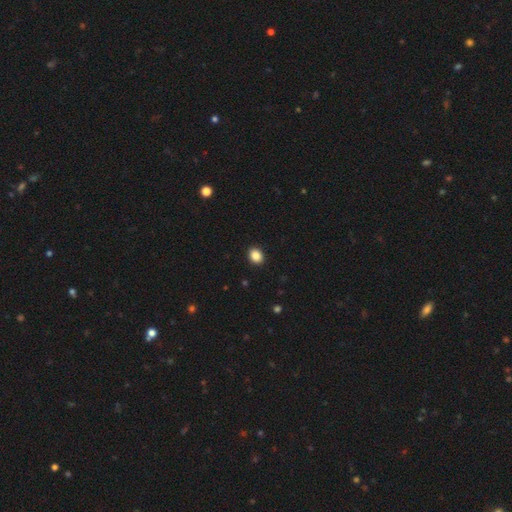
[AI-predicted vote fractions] Q: Smooth or featured?
A: smooth (87%); runner-up: star or artifact (10%)
Q: How rounded?
A: in between (50%); tied with: round (50%)
Q: Merging?
A: none (92%); runner-up: minor disturbance (6%)